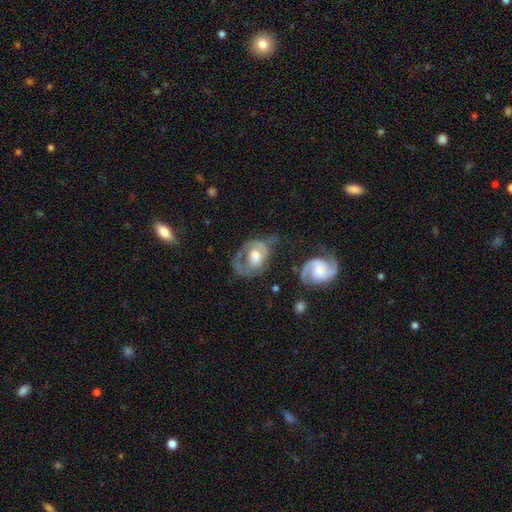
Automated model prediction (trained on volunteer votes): Morphology: type=featured or disk (64%); edge-on=no (96%); bar=no (68%); spiral arms=yes (63%); bulge=moderate (49%); merging=major disturbance (37%).